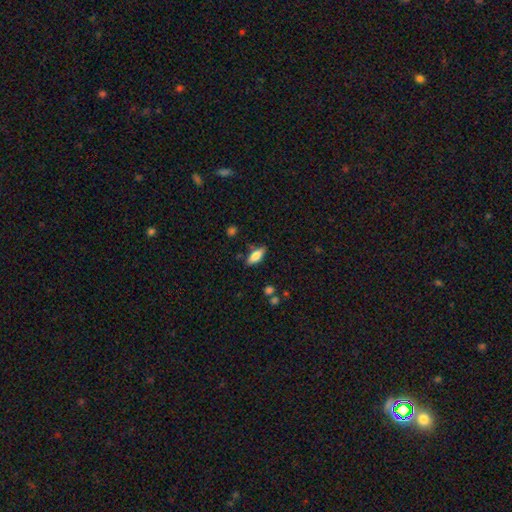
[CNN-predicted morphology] Overall: smooth (78%). How rounded: in between (78%). Merging: none (77%).